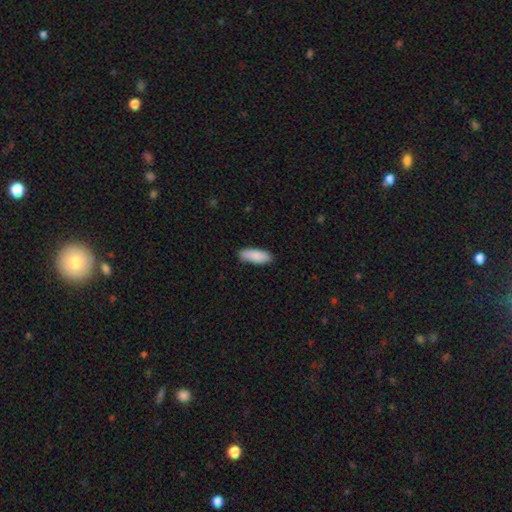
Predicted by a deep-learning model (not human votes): Smooth or featured?
  - smooth: 89% *
  - star or artifact: 6%
  - featured or disk: 6%
How rounded?
  - in between: 67% *
  - cigar-shaped: 32%
  - round: 2%
Merging?
  - none: 85% *
  - minor disturbance: 12%
  - major disturbance: 2%
  - merger: 1%